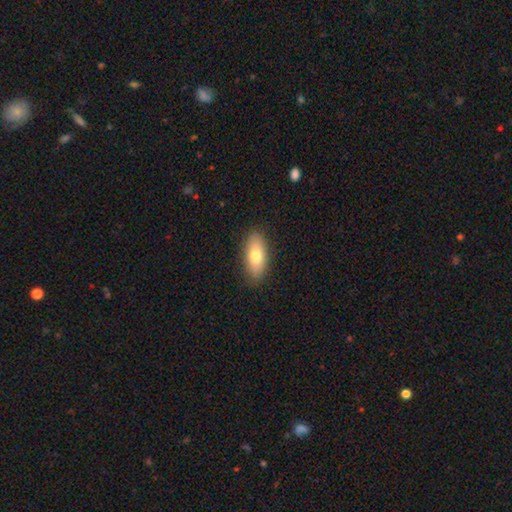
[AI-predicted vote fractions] The model was most divided on "smooth or featured": smooth: 75%, featured or disk: 18%, star or artifact: 6%. More confident: merging — none (88%); how rounded — in between (86%).